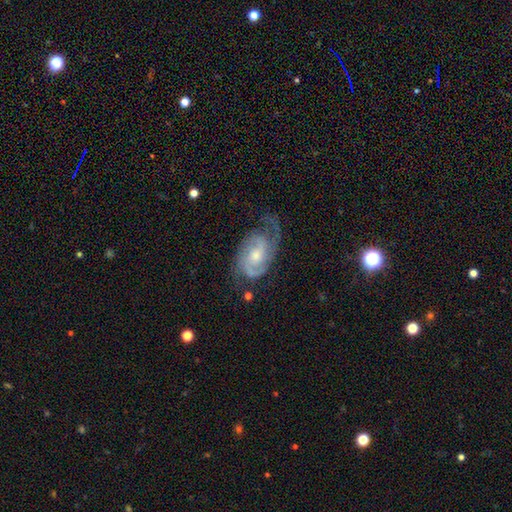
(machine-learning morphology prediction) This appears to be a featured or disk galaxy (84%) with no bar (63%), 2 (56%) tight (43%) spiral arms (96%) and a moderate central bulge (53%). Merging: none (54%).